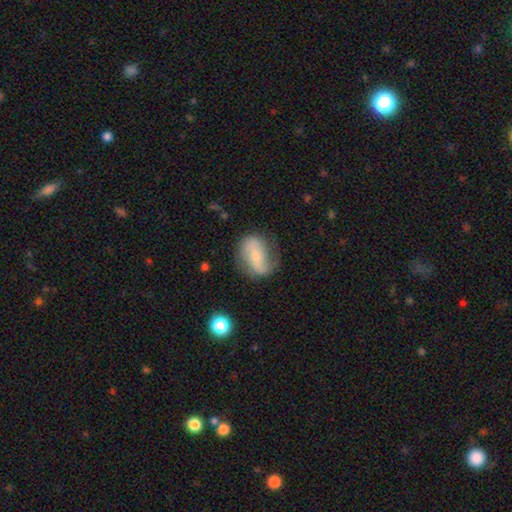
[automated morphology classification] Smooth or featured? Predicted: featured or disk (p=0.58). Edge-on disk? Predicted: no (p=0.94). Bar? Predicted: no (p=0.35). Spiral arms? Predicted: yes (p=0.80). Bulge size? Predicted: small (p=0.56). Merging? Predicted: none (p=0.62).